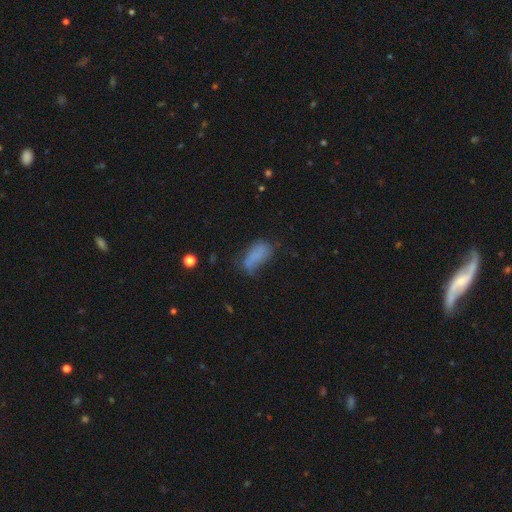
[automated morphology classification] smooth-or-featured: smooth: 74% | featured or disk: 14% | star or artifact: 12%
  how-rounded: in between: 85% | cigar-shaped: 11% | round: 4%
  merging: none: 39% | minor disturbance: 34% | major disturbance: 22% | merger: 5%